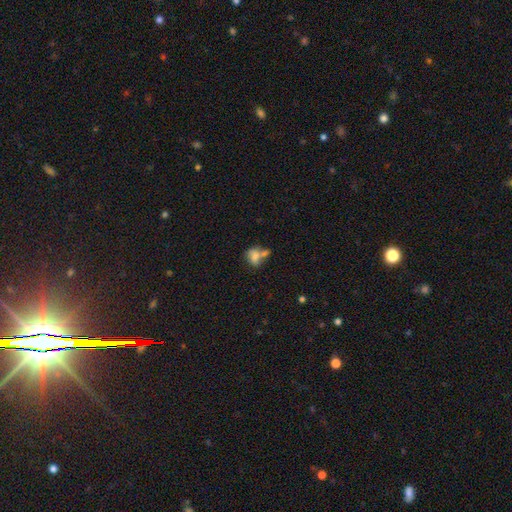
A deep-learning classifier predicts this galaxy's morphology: smooth 70%, featured or disk 20%, star or artifact 11%. Down the decision tree: how rounded — in between (65%); merging — merger (46%).